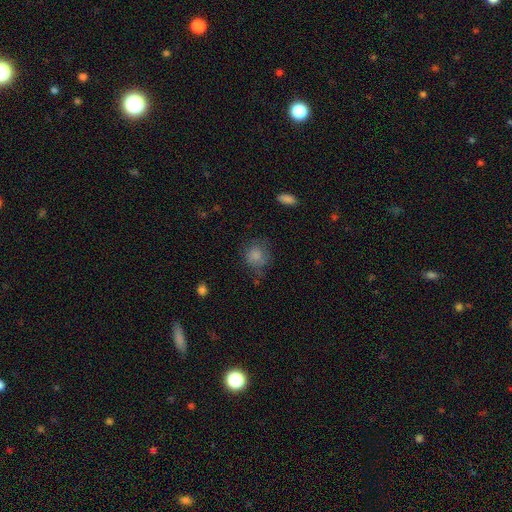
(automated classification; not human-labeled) Smooth or featured?
  - smooth: 82% *
  - star or artifact: 10%
  - featured or disk: 8%
How rounded?
  - round: 83% *
  - in between: 16%
  - cigar-shaped: 1%
Merging?
  - none: 65% *
  - minor disturbance: 23%
  - major disturbance: 10%
  - merger: 2%